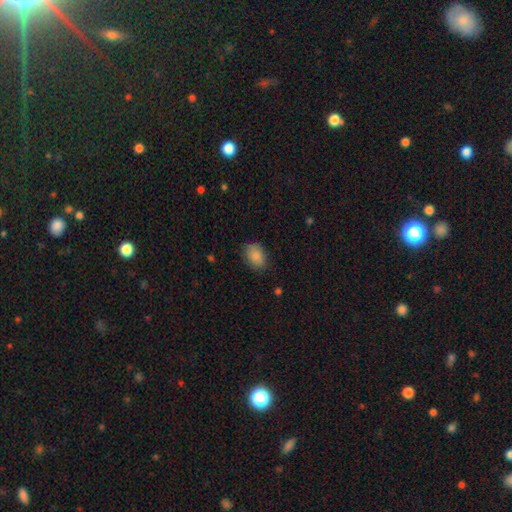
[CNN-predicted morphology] The model was most divided on "how rounded": in between: 78%, round: 21%, cigar-shaped: 1%. More confident: smooth or featured — smooth (86%); merging — none (80%).